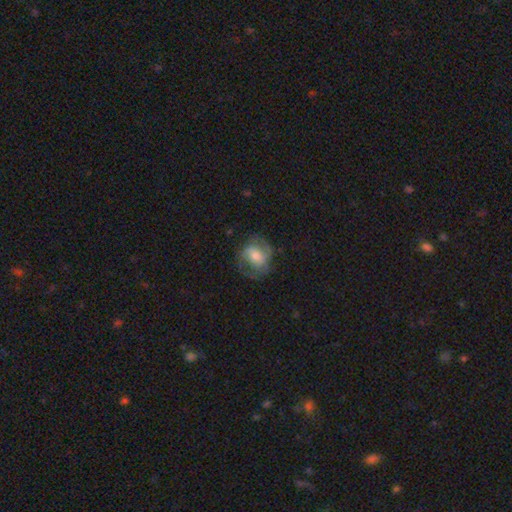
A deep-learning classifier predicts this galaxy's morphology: Q: Smooth or featured?
A: featured or disk (59%); runner-up: smooth (33%)
Q: Edge-on disk?
A: no (97%); runner-up: yes (3%)
Q: Bar?
A: no (40%); tied with: weak (40%)
Q: Spiral arms?
A: yes (81%); runner-up: no (19%)
Q: Bulge size?
A: moderate (48%); runner-up: small (38%)
Q: Merging?
A: none (64%); runner-up: minor disturbance (20%)